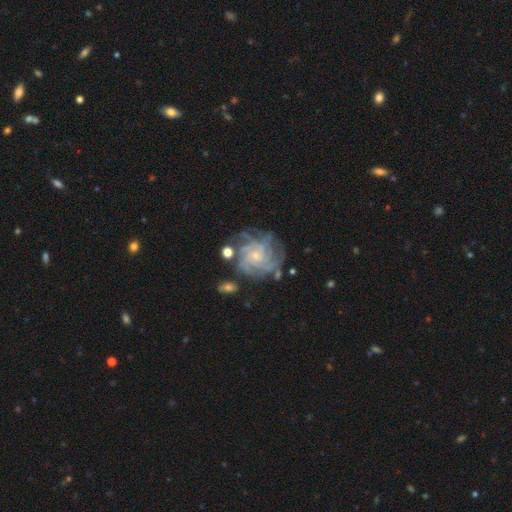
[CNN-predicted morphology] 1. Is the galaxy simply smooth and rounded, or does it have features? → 87% featured or disk, 7% smooth, 6% star or artifact.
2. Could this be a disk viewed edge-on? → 98% no, 2% yes.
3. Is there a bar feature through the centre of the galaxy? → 76% no, 20% weak, 4% strong.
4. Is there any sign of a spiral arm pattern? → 97% yes, 3% no.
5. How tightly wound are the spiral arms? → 70% tight, 25% medium, 5% loose.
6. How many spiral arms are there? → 32% 4, 23% more than 4, 21% can't tell, 12% 3, 7% 2, 6% 1.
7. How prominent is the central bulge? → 76% small, 17% moderate, 4% none, 1% large, 1% dominant.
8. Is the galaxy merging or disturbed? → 67% none, 18% minor disturbance, 10% major disturbance, 5% merger.